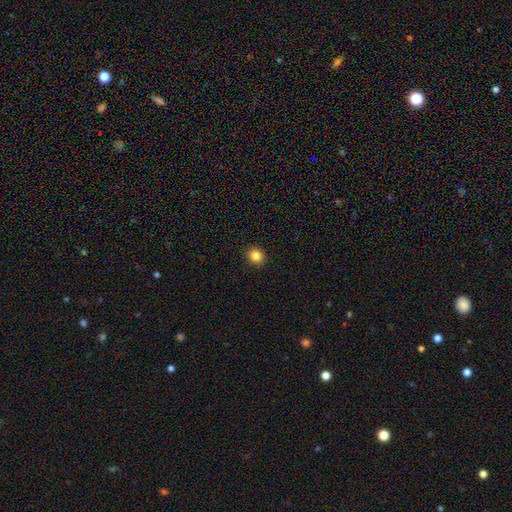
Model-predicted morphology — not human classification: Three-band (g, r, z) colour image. It shows a smooth galaxy with no disk features (85%) that is round (86%). Merging: none (93%).